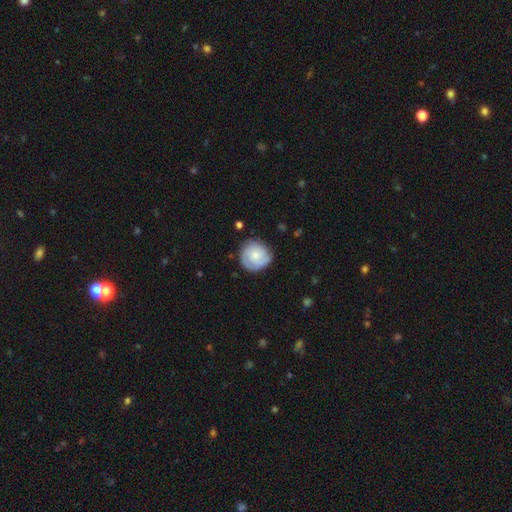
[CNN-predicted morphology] Smooth or featured? Predicted: featured or disk (p=0.48). Merging? Predicted: none (p=0.76).